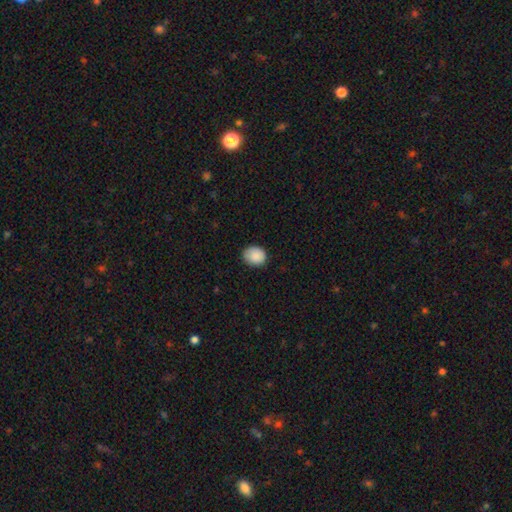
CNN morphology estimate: A smooth galaxy with no disk features (89%) that is round (57%). Merging: none (80%).